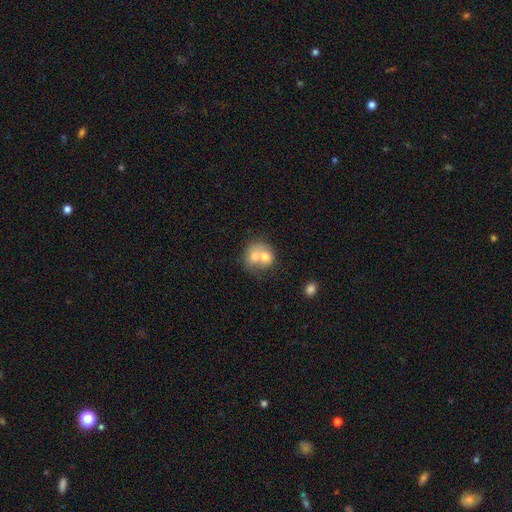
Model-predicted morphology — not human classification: Smooth or featured? Predicted: smooth (p=0.64). How rounded? Predicted: round (p=0.70). Merging? Predicted: merger (p=0.69).